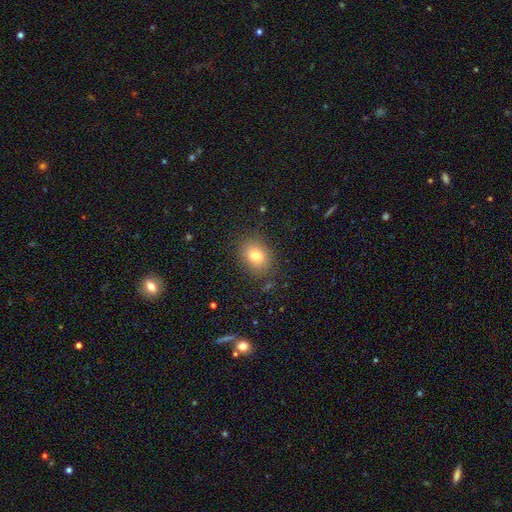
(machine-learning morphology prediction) A smooth galaxy with no disk features (77%) that is round (51%).

Vote fractions:
- Smooth or featured? smooth: 77% / star or artifact: 12% / featured or disk: 10%
- How rounded? round: 51% / in between: 48% / cigar-shaped: 1%
- Merging? none: 83% / minor disturbance: 11% / major disturbance: 4% / merger: 2%